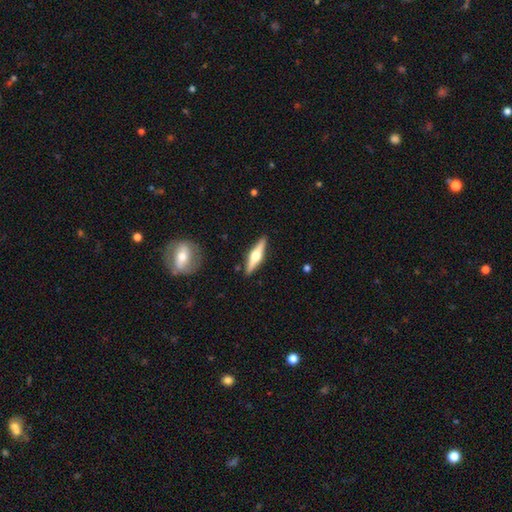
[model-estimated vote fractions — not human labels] Smooth or featured?
  - featured or disk: 67% *
  - smooth: 28%
  - star or artifact: 5%
Edge-on disk?
  - yes: 97% *
  - no: 3%
Edge-on bulge?
  - rounded: 93% *
  - boxy: 5%
  - none: 2%
Merging?
  - none: 89% *
  - minor disturbance: 7%
  - merger: 2%
  - major disturbance: 2%